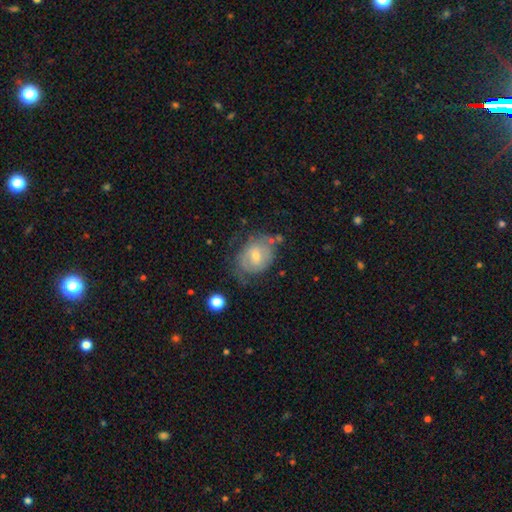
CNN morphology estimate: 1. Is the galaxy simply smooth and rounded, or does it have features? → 51% featured or disk, 42% smooth, 8% star or artifact.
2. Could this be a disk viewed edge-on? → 95% no, 5% yes.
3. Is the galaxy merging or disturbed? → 51% none, 29% minor disturbance, 16% major disturbance, 5% merger.